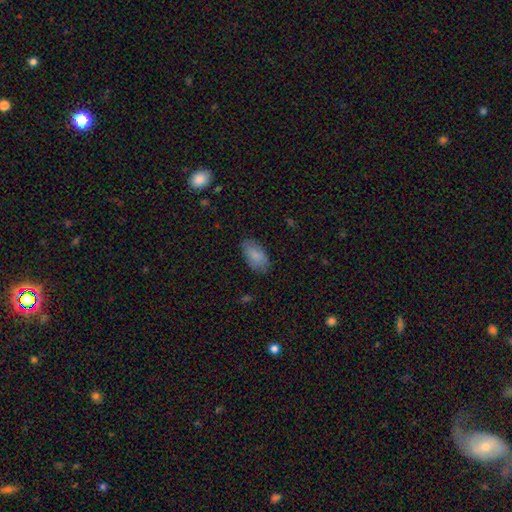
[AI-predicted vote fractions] This is clearly a smooth galaxy (85%). How rounded: clearly in between (94%). Merging: likely none (77%).